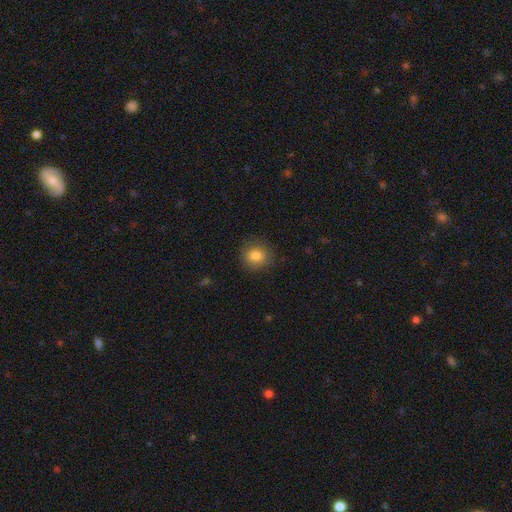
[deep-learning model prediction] Morphology: type=smooth (82%); roundness=round (82%); merging=none (86%).